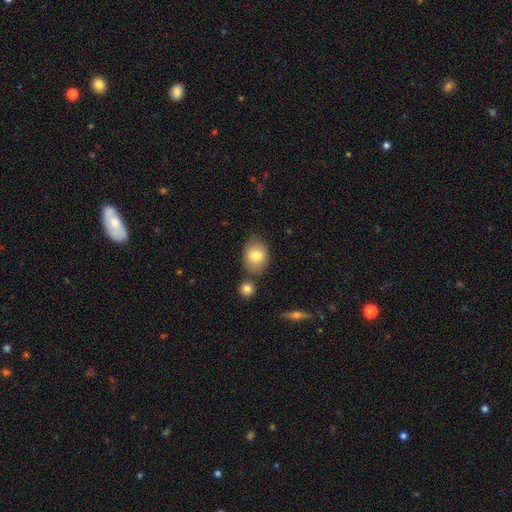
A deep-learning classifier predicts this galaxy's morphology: Overall: smooth (80%). How rounded: in between (62%; round 37%). Merging: none (71%).